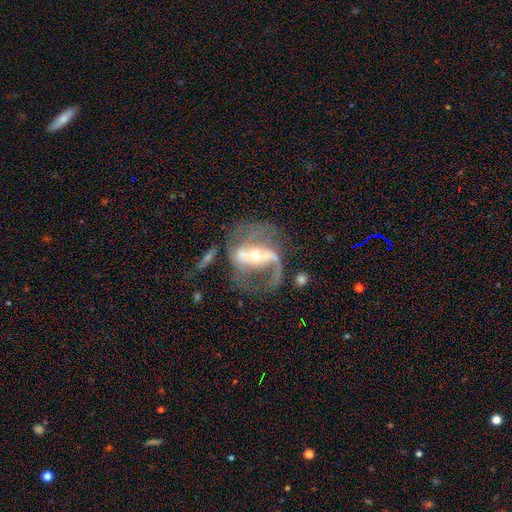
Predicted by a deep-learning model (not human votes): A featured or disk galaxy (86%) with a strong bar (53%), 2 (71%) loose (46%) spiral arms (90%) and a small central bulge (50%). Merging: none (45%).